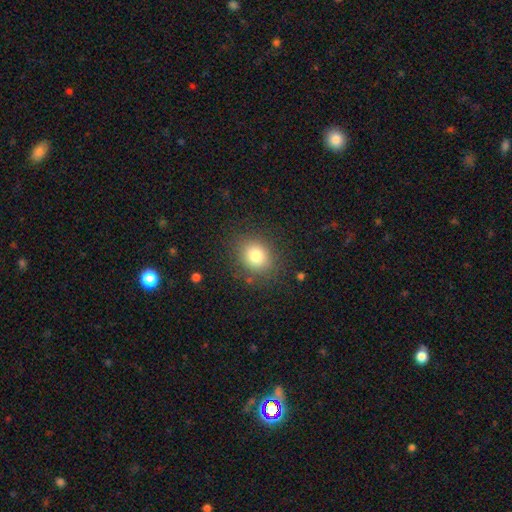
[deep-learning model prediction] Morphology: type=smooth (80%); roundness=round (65%); merging=none (84%).